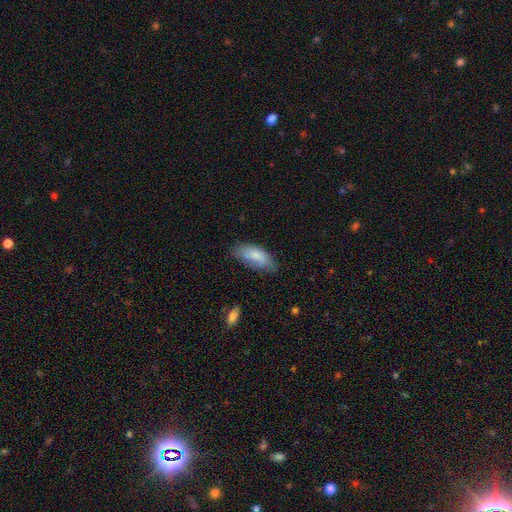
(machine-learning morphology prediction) Smooth or featured: smooth — 80% (featured or disk — 14%)
How rounded: in between — 83% (cigar-shaped — 15%)
Merging: none — 59% (minor disturbance — 31%)